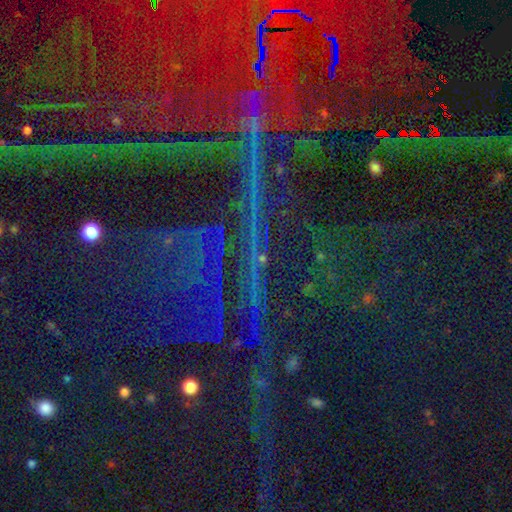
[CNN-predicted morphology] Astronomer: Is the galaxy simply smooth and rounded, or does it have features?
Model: star or artifact — 84%.